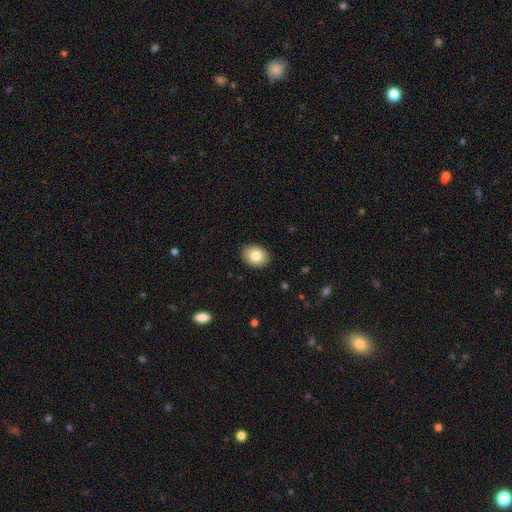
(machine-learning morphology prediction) Smooth or featured? smooth (82%)
How rounded? in between (66%)
Merging? none (90%)